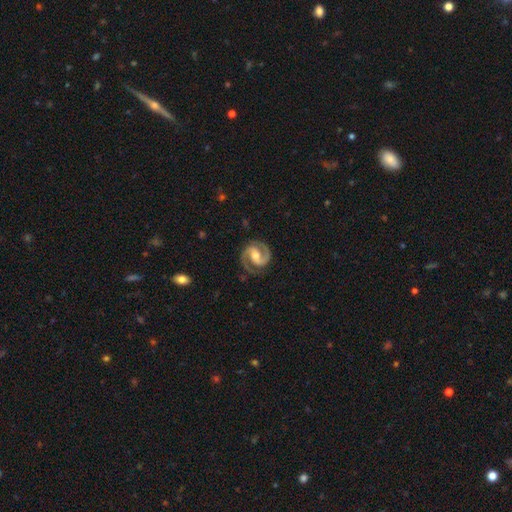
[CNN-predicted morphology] The model was most divided on "bar": weak: 44%, no: 29%, strong: 27%. More confident: spiral arms — yes (98%); edge-on disk — no (98%); spiral arm count — 2 (94%); smooth or featured — featured or disk (92%); merging — none (83%); bulge size — moderate (64%); spiral winding — medium (54%).